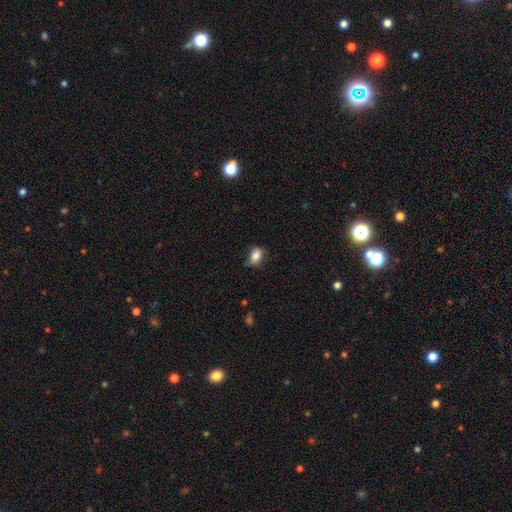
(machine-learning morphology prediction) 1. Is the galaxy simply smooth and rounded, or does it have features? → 85% smooth, 9% star or artifact, 6% featured or disk.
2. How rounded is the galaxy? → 76% in between, 23% round, 2% cigar-shaped.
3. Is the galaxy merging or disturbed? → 73% none, 22% minor disturbance, 4% major disturbance, 1% merger.